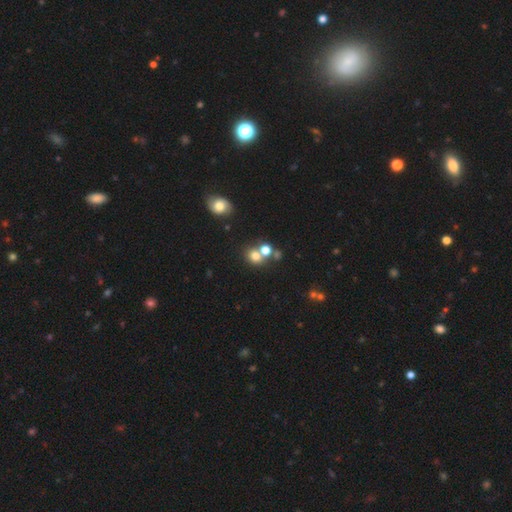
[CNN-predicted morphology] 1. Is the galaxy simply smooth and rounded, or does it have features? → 73% smooth, 16% star or artifact, 11% featured or disk.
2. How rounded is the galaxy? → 73% round, 26% in between, 1% cigar-shaped.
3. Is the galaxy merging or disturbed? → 48% none, 39% merger, 9% minor disturbance, 4% major disturbance.